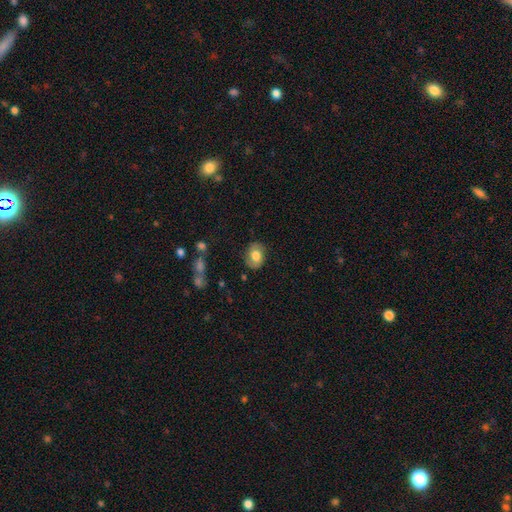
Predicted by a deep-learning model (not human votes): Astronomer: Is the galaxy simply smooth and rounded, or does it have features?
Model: smooth — 66%.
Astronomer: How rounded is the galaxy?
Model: in between — 61% (runner-up: round, 38%).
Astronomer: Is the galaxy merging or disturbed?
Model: none — 78%.